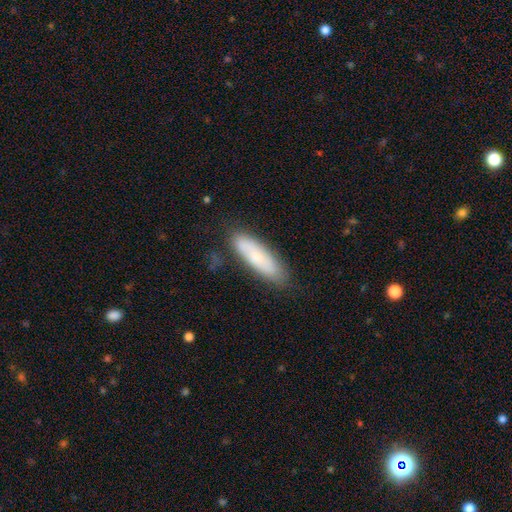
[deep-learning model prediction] Smooth or featured?
  - smooth: 69% *
  - featured or disk: 24%
  - star or artifact: 7%
How rounded?
  - cigar-shaped: 56% *
  - in between: 42%
  - round: 2%
Merging?
  - none: 79% *
  - minor disturbance: 15%
  - major disturbance: 3%
  - merger: 2%